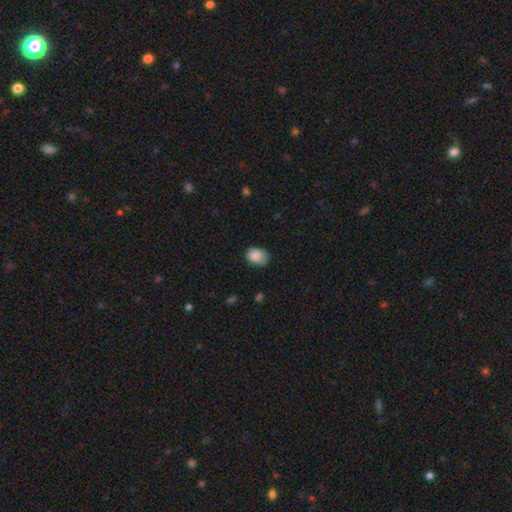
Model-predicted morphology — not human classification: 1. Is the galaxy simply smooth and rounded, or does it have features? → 86% smooth, 8% star or artifact, 7% featured or disk.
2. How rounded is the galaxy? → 65% in between, 34% round, 1% cigar-shaped.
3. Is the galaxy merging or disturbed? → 60% none, 31% minor disturbance, 7% major disturbance, 2% merger.